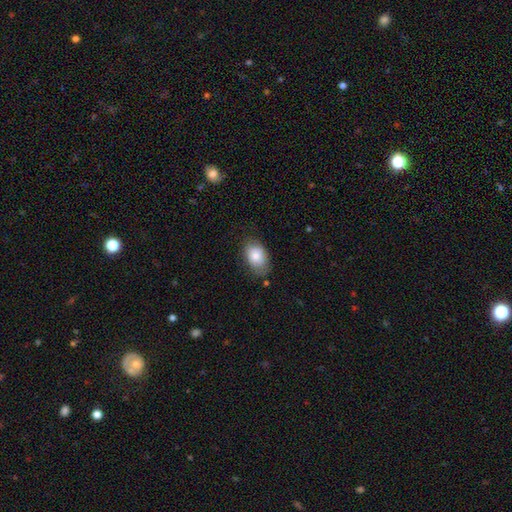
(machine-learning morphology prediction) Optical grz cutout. It shows a smooth galaxy with no disk features (82%) that is in between round and cigar-shaped (86%). Merging: none (70%).